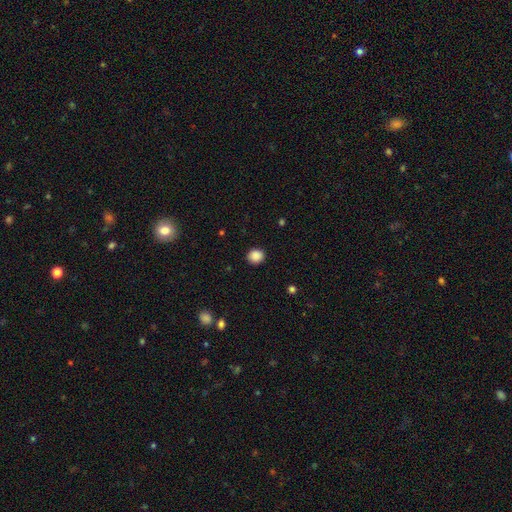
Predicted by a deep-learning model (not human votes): Smooth or featured?
  - smooth: 88% *
  - star or artifact: 10%
  - featured or disk: 3%
How rounded?
  - round: 85% *
  - in between: 14%
  - cigar-shaped: 1%
Merging?
  - none: 91% *
  - minor disturbance: 6%
  - major disturbance: 2%
  - merger: 1%